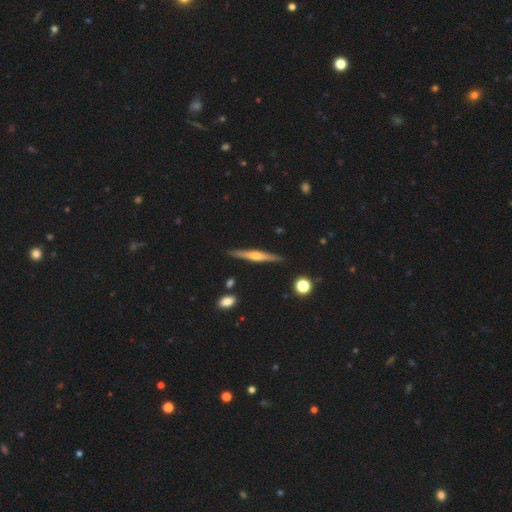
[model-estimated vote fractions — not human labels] smooth_or_featured: featured or disk (p=0.69) [alt: smooth p=0.25]
disk_edge_on: yes (p=0.97) [alt: no p=0.03]
edge_on_bulge: rounded (p=0.86) [alt: none p=0.08]
merging: none (p=0.89) [alt: minor disturbance p=0.08]